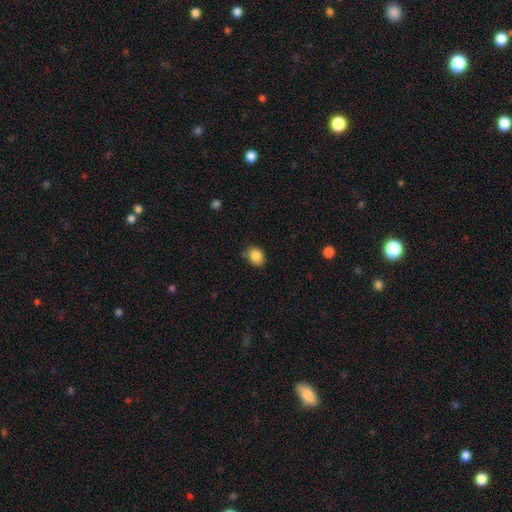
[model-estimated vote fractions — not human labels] smooth-or-featured: smooth: 86% | star or artifact: 9% | featured or disk: 5%
  how-rounded: in between: 59% | round: 41% | cigar-shaped: 1%
  merging: none: 79% | minor disturbance: 15% | major disturbance: 3% | merger: 2%